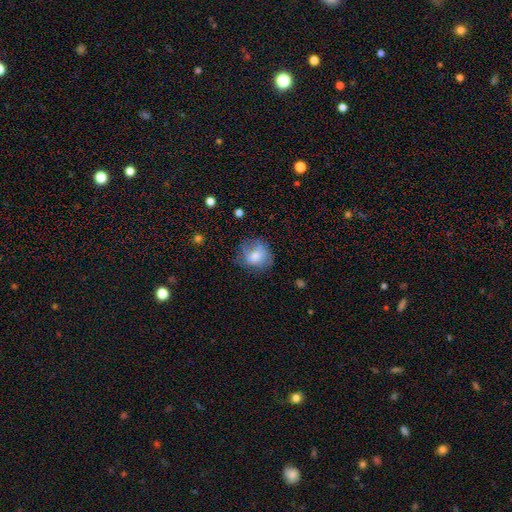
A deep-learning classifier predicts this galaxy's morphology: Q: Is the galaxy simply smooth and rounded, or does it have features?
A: smooth — 69%.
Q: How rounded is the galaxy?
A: round — 74%.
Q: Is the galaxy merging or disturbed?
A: none — 59%.